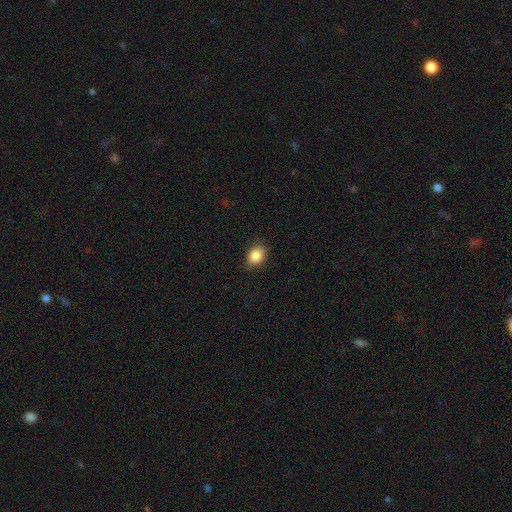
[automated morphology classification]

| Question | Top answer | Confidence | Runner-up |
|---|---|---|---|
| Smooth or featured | smooth | 86% | star or artifact (9%) |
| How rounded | in between | 52% | round (47%) |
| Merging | none | 82% | minor disturbance (14%) |